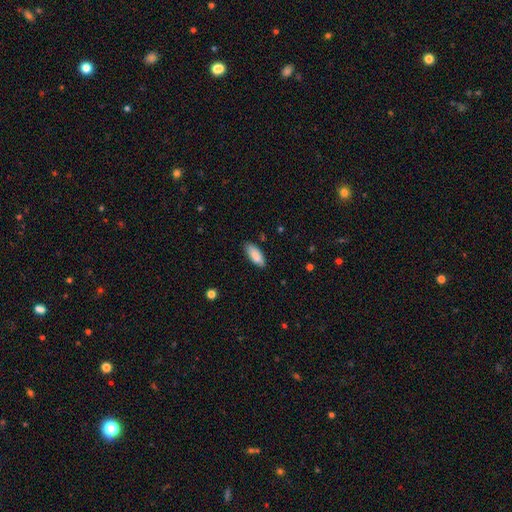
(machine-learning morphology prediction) Overall: smooth (85%). How rounded: in between (78%). Merging: none (82%).